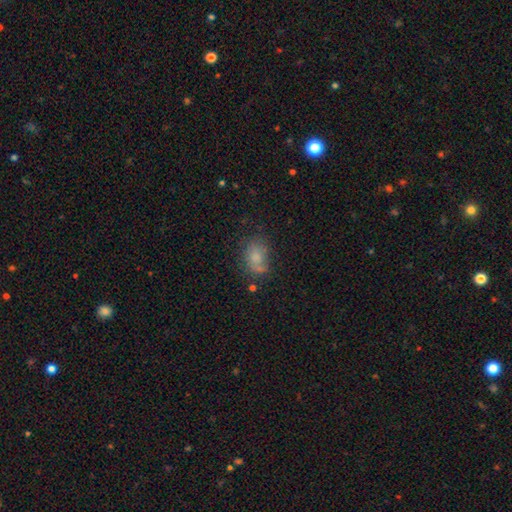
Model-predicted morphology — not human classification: smooth-or-featured: smooth: 68% | featured or disk: 16% | star or artifact: 16%
  how-rounded: in between: 74% | round: 24% | cigar-shaped: 2%
  merging: none: 57% | minor disturbance: 23% | merger: 10% | major disturbance: 10%